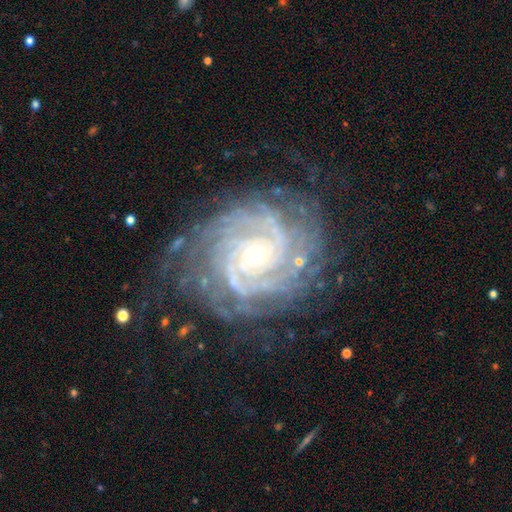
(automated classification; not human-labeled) Morphology: type=featured or disk (91%); edge-on=no (97%); bar=no (71%); spiral arms=yes (98%); winding=tight (79%); arm count=4 (23%); bulge=small (78%); merging=none (75%).